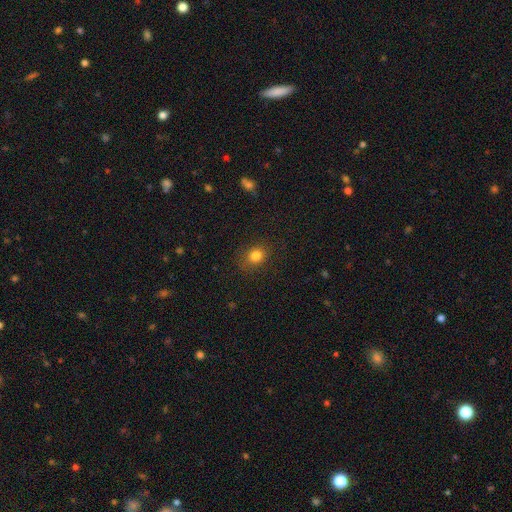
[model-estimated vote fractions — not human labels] This is clearly a smooth galaxy (82%). How rounded: likely round (67%). Merging: clearly none (83%).